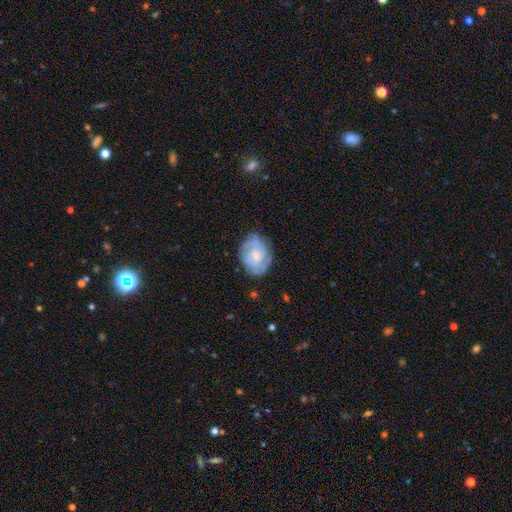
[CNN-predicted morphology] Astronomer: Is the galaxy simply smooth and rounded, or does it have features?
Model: featured or disk — 67%.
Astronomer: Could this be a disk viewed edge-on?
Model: no — 97%.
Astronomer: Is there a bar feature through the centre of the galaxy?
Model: no — 67%.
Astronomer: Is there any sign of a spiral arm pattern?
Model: yes — 85%.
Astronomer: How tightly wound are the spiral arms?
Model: tight — 55% (runner-up: medium, 35%).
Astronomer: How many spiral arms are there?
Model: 2 — 43% (runner-up: can't tell, 32%).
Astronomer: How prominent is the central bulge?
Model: moderate — 42%, tied with small at 42%.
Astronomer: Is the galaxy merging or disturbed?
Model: none — 72%.